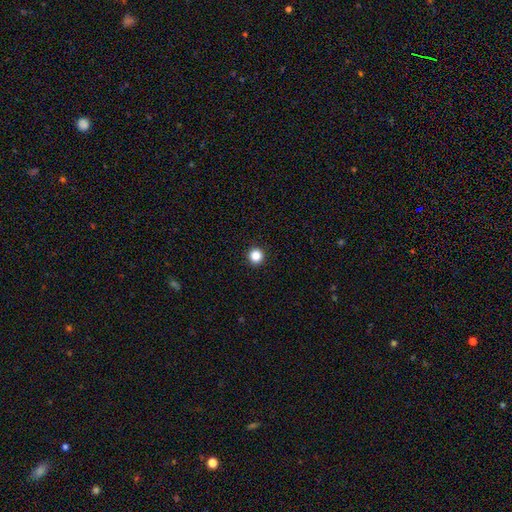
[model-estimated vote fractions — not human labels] Smooth or featured? Predicted: smooth (p=0.86). How rounded? Predicted: round (p=0.96). Merging? Predicted: none (p=0.94).